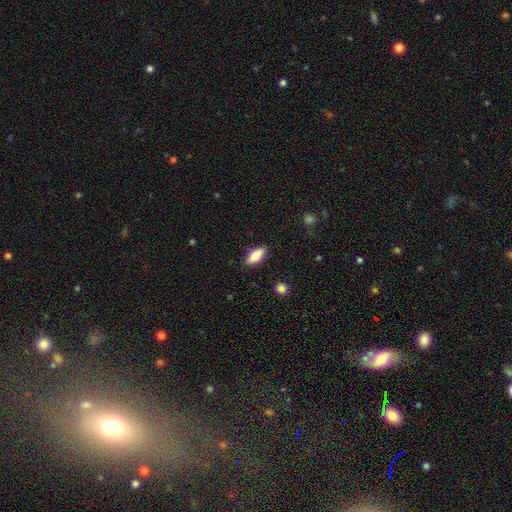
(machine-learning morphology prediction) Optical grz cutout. It shows a smooth galaxy with no disk features (82%) that is in between round and cigar-shaped (82%). Merging: none (87%).